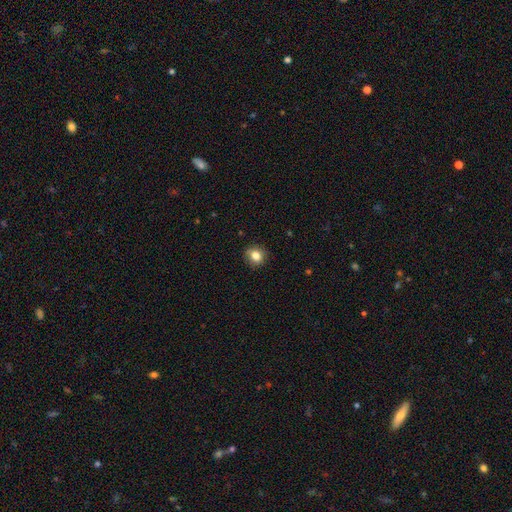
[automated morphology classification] Q: Smooth or featured?
A: smooth (82%); runner-up: star or artifact (10%)
Q: How rounded?
A: round (81%); runner-up: in between (18%)
Q: Merging?
A: none (85%); runner-up: minor disturbance (12%)